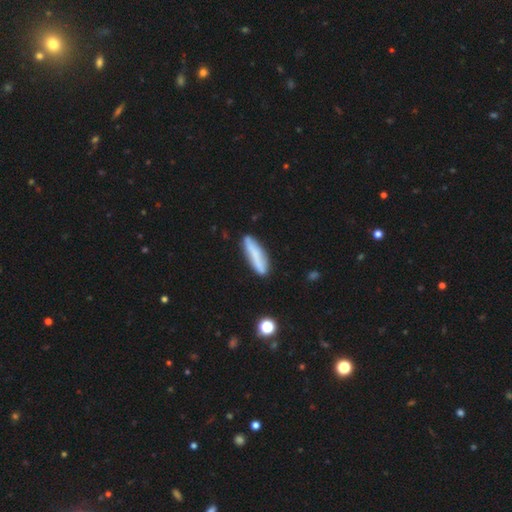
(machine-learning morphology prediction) smooth-or-featured: smooth: 67% | featured or disk: 26% | star or artifact: 7%
  how-rounded: cigar-shaped: 78% | in between: 20% | round: 2%
  merging: none: 78% | minor disturbance: 15% | major disturbance: 3% | merger: 3%